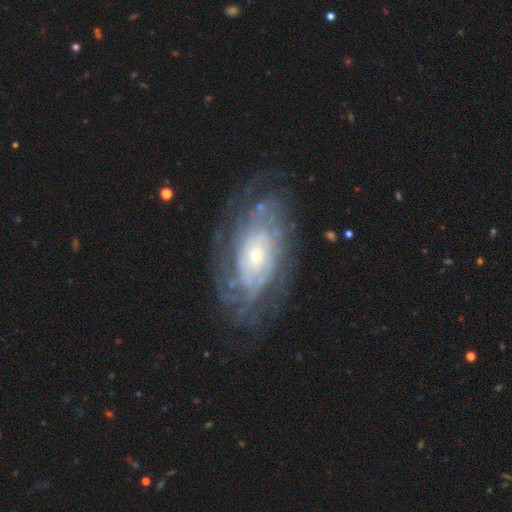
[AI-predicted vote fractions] This appears to be a featured or disk galaxy (83%) with no bar (77%), tight (70%) spiral arms (89%) and a small central bulge (51%). Merging: none (71%).